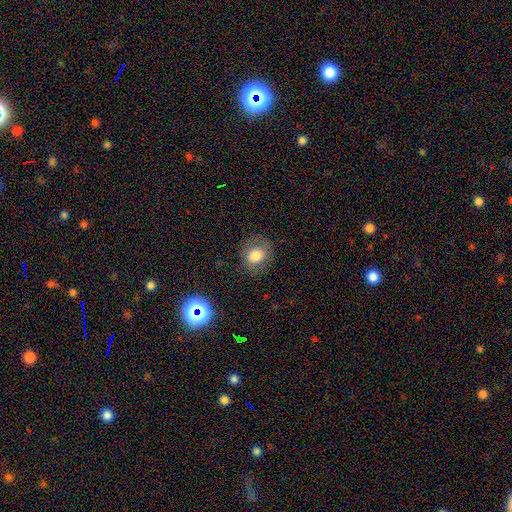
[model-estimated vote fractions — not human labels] Smooth or featured: smooth — 80% (star or artifact — 11%)
How rounded: round — 64% (in between — 35%)
Merging: none — 80% (minor disturbance — 14%)